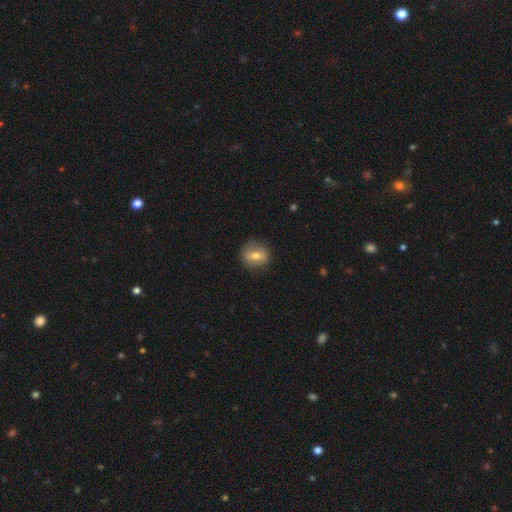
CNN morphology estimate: A smooth galaxy with no disk features (60%) that is round (69%). Merging: none (84%).